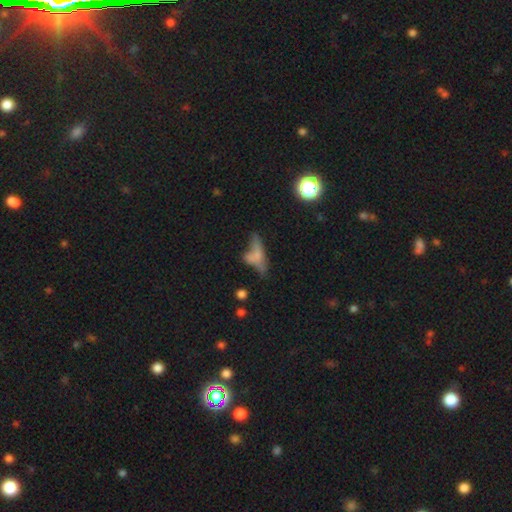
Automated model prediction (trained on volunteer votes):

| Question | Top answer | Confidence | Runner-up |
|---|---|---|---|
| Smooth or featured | smooth | 52% | featured or disk (34%) |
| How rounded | in between | 54% | cigar-shaped (39%) |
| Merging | none | 34% | merger (25%) |